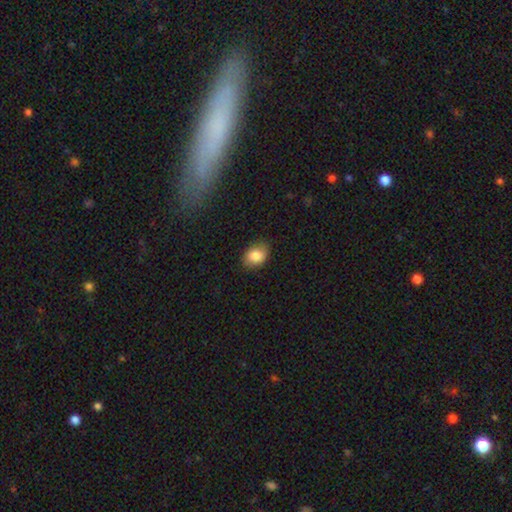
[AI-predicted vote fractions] smooth 84%, star or artifact 8%, featured or disk 8%. Down the decision tree: how rounded — in between (71%); merging — none (81%).